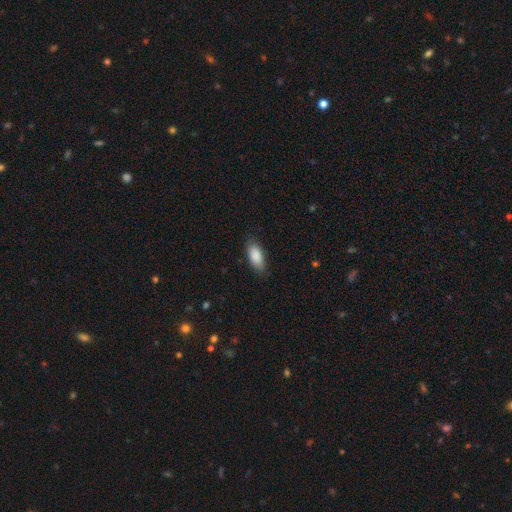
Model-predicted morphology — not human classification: smooth_or_featured: smooth (p=0.88) [alt: star or artifact p=0.06]
how_rounded: in between (p=0.88) [alt: cigar-shaped p=0.10]
merging: none (p=0.83) [alt: minor disturbance p=0.13]